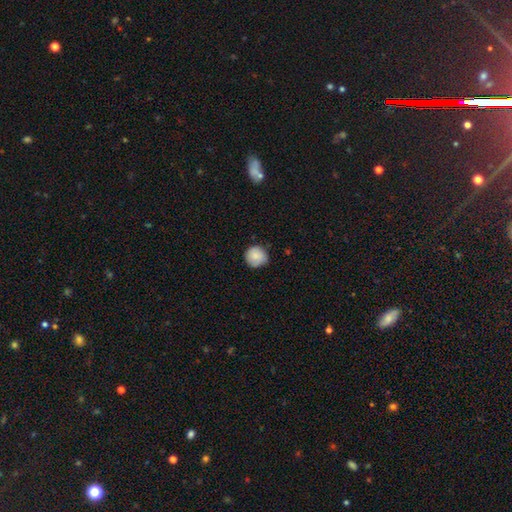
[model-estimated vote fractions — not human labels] smooth-or-featured: smooth: 83% | featured or disk: 9% | star or artifact: 7%
  how-rounded: round: 92% | in between: 7% | cigar-shaped: 1%
  merging: none: 77% | minor disturbance: 19% | major disturbance: 3% | merger: 1%